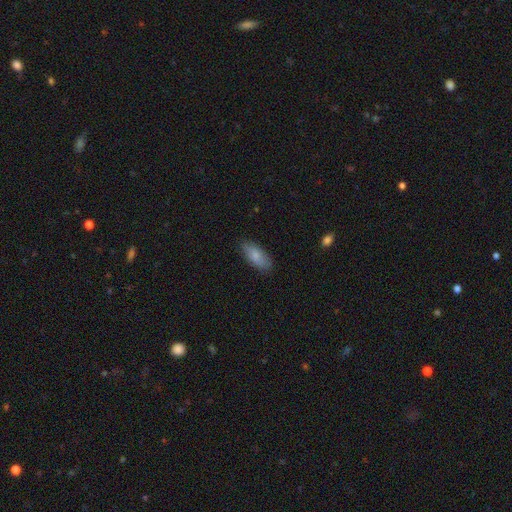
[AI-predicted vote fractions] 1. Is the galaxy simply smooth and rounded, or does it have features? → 82% smooth, 12% featured or disk, 6% star or artifact.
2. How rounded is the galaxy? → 84% in between, 14% cigar-shaped, 2% round.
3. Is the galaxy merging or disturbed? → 81% none, 15% minor disturbance, 3% major disturbance, 1% merger.